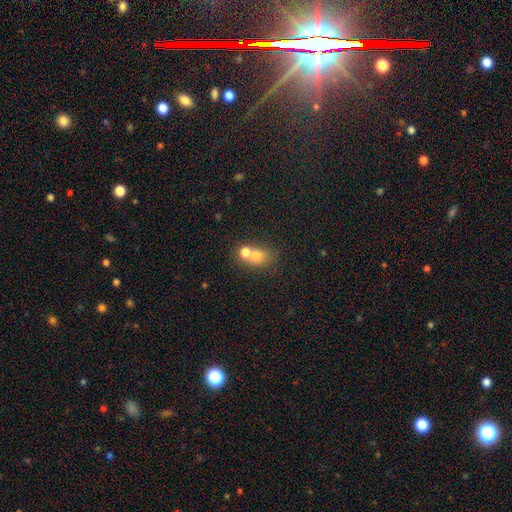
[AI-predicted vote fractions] smooth_or_featured: smooth (p=0.72) [alt: featured or disk p=0.15]
how_rounded: round (p=0.57) [alt: in between p=0.42]
merging: merger (p=0.57) [alt: none p=0.32]